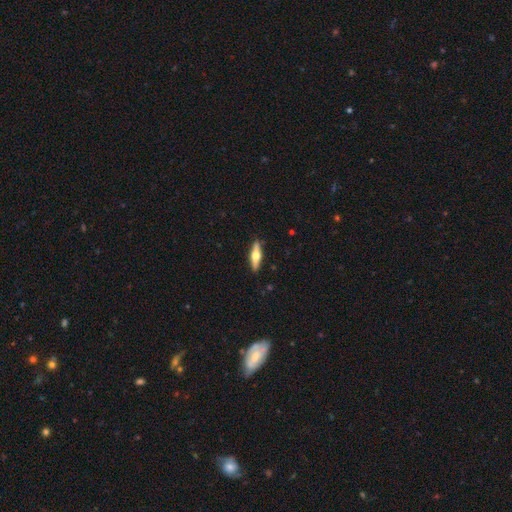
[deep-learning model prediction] Smooth or featured: featured or disk — 56% (smooth — 39%)
Edge-on disk: yes — 94% (no — 6%)
Edge-on bulge: rounded — 95% (boxy — 3%)
Merging: none — 90% (minor disturbance — 7%)